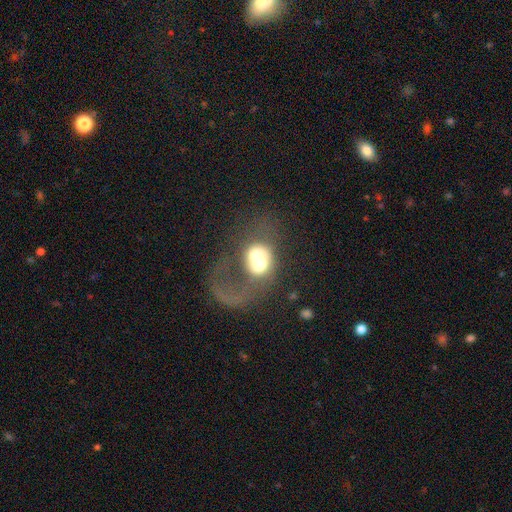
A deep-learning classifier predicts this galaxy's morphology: A featured or disk galaxy (46%).

Vote fractions:
- Smooth or featured? featured or disk: 46% / smooth: 43% / star or artifact: 10%
- Merging? merger: 66% / major disturbance: 19% / none: 10% / minor disturbance: 5%